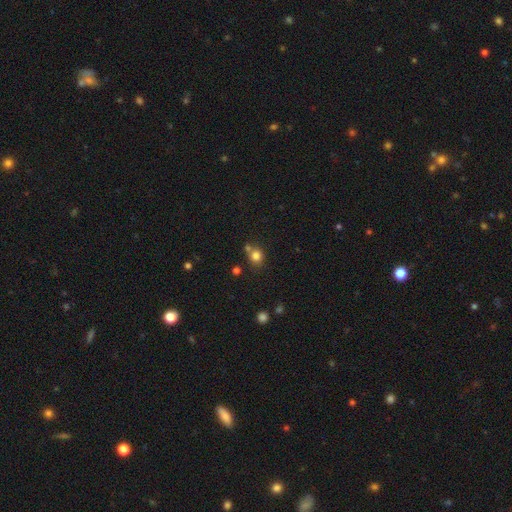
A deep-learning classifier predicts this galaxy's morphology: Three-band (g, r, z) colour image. It shows a smooth galaxy with no disk features (80%) that is round (80%). Merging: none (62%).